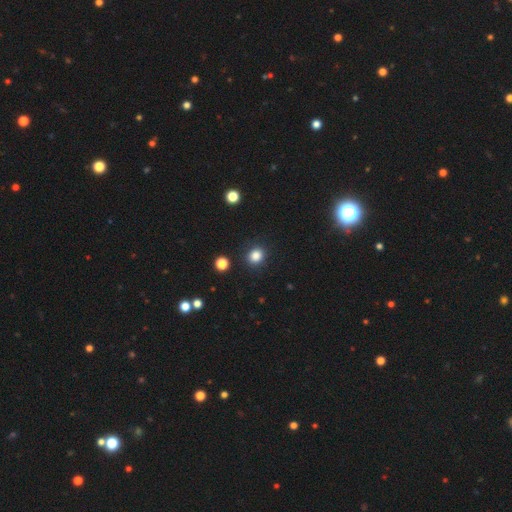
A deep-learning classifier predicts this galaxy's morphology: This is clearly a smooth galaxy (84%). How rounded: likely round (77%). Merging: clearly none (88%).